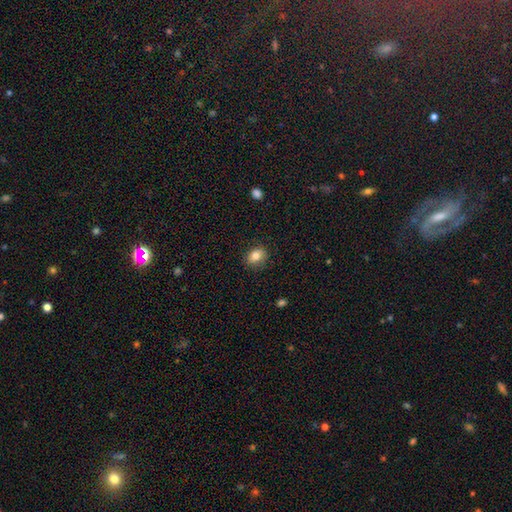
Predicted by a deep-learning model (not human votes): This is clearly a smooth galaxy (82%). How rounded: possibly in between (59%). Merging: clearly none (86%).